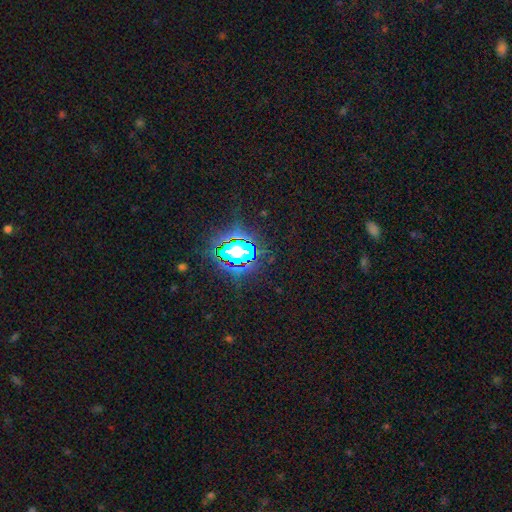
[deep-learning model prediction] Overall: star or artifact (81%).